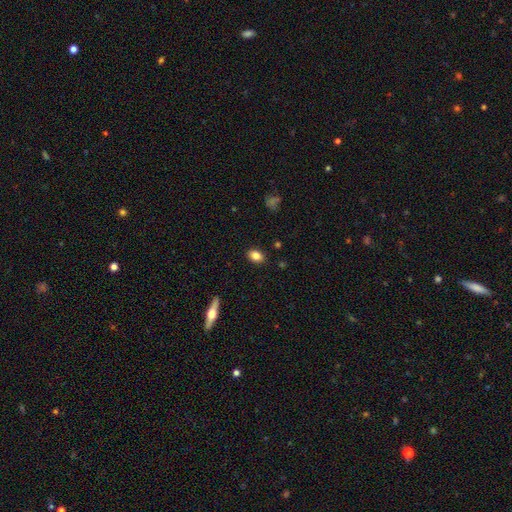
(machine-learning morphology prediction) Smooth or featured? smooth (84%)
How rounded? in between (75%)
Merging? none (88%)